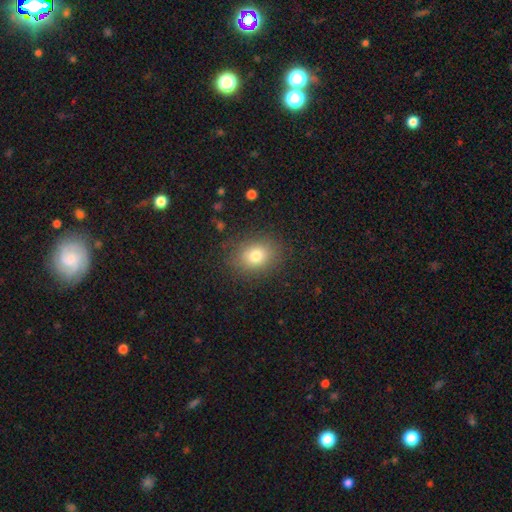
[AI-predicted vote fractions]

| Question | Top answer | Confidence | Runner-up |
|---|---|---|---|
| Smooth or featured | smooth | 78% | star or artifact (12%) |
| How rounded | in between | 55% | round (43%) |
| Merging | none | 84% | minor disturbance (11%) |